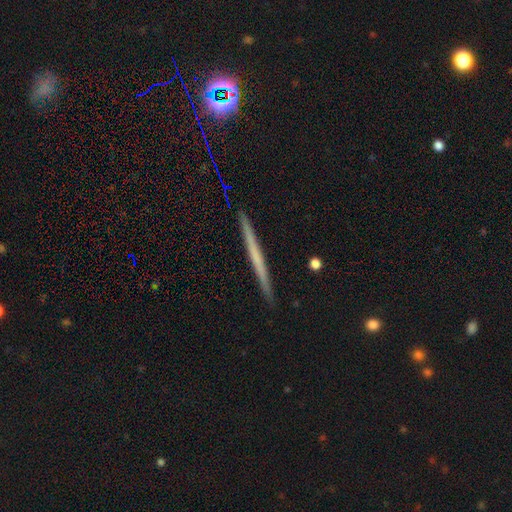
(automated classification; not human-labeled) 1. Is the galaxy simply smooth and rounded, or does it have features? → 53% featured or disk, 40% smooth, 7% star or artifact.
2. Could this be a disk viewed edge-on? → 98% yes, 2% no.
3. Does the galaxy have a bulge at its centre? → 89% none, 7% rounded, 3% boxy.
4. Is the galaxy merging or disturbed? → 92% none, 6% minor disturbance, 1% major disturbance, 1% merger.